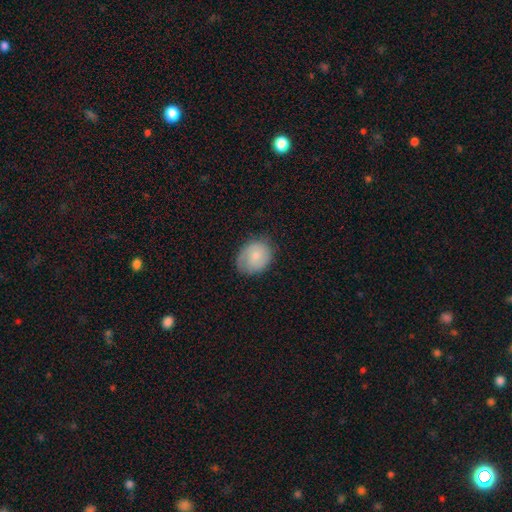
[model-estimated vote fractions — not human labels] Smooth or featured?
  - smooth: 60% *
  - featured or disk: 34%
  - star or artifact: 7%
How rounded?
  - round: 53% *
  - in between: 46%
  - cigar-shaped: 1%
Merging?
  - none: 72% *
  - minor disturbance: 21%
  - major disturbance: 6%
  - merger: 1%